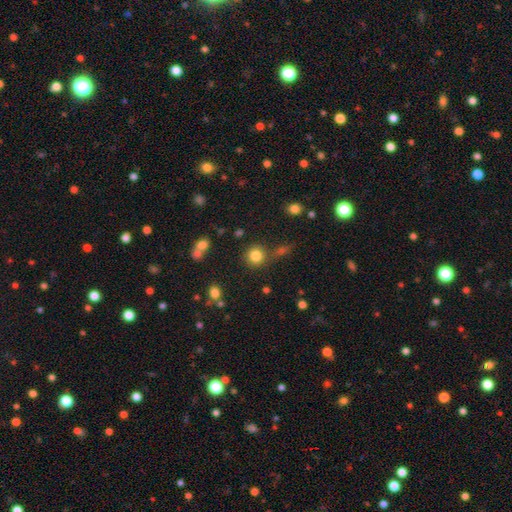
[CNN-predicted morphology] type=smooth (82%); roundness=round (91%); merging=none (79%).